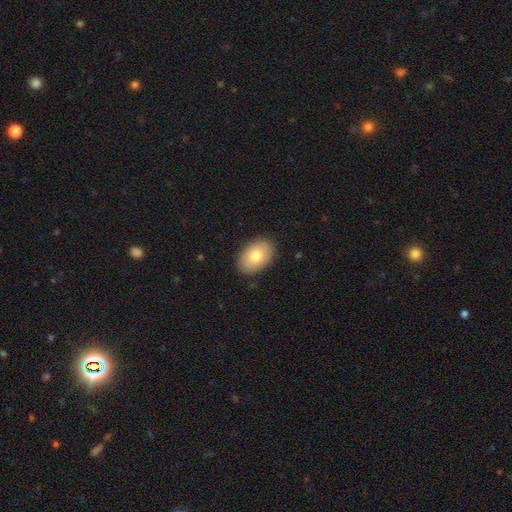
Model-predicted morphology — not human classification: smooth-or-featured: smooth: 77% | featured or disk: 16% | star or artifact: 7%
  how-rounded: in between: 88% | round: 11% | cigar-shaped: 1%
  merging: none: 88% | minor disturbance: 9% | major disturbance: 2% | merger: 1%